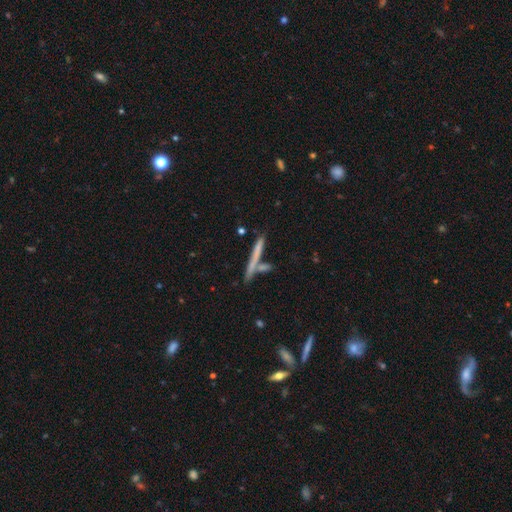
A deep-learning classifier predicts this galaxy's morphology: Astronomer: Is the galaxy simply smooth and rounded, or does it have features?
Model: smooth — 51% (runner-up: featured or disk, 40%).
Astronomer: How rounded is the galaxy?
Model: cigar-shaped — 94%.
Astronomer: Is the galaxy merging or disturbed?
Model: none — 72%.